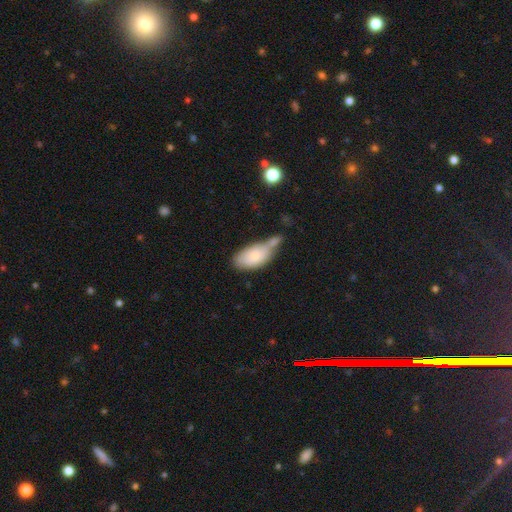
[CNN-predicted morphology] smooth 75%, featured or disk 18%, star or artifact 6%. Down the decision tree: how rounded — in between (92%); merging — merger (35%).